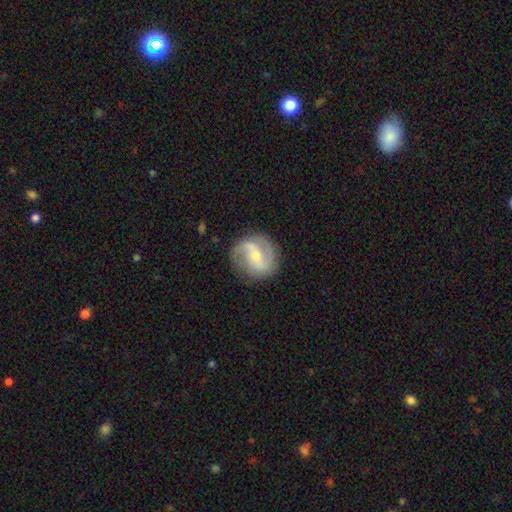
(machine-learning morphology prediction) Q: Smooth or featured?
A: featured or disk (81%); runner-up: smooth (13%)
Q: Edge-on disk?
A: no (97%); runner-up: yes (3%)
Q: Bar?
A: weak (45%); runner-up: no (29%)
Q: Spiral arms?
A: yes (95%); runner-up: no (5%)
Q: Spiral winding?
A: medium (47%); runner-up: loose (33%)
Q: Spiral arm count?
A: 2 (85%); runner-up: can't tell (5%)
Q: Bulge size?
A: small (52%); runner-up: moderate (43%)
Q: Merging?
A: none (80%); runner-up: minor disturbance (13%)